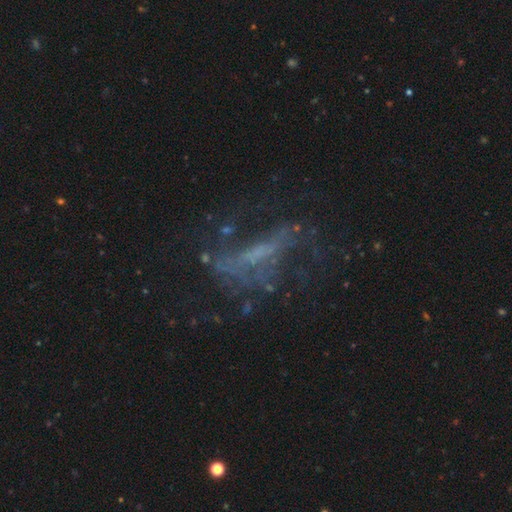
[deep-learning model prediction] smooth-or-featured: featured or disk: 58% | star or artifact: 24% | smooth: 18%
  disk-edge-on: no: 81% | yes: 19%
  merging: none: 45% | major disturbance: 34% | minor disturbance: 17% | merger: 5%